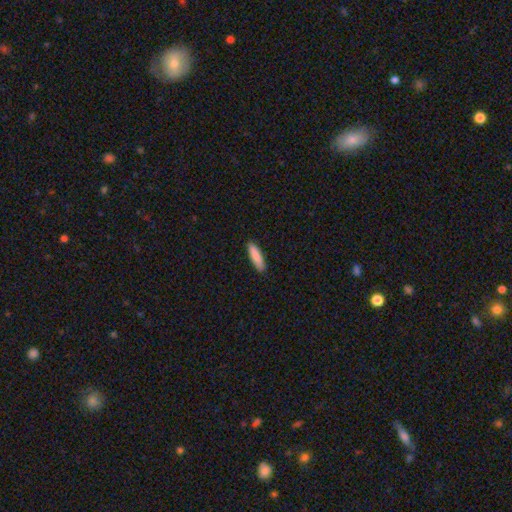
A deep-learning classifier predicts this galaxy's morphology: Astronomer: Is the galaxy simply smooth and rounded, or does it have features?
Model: smooth — 89%.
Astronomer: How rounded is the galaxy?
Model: cigar-shaped — 70%.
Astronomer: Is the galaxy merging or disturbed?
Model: none — 90%.